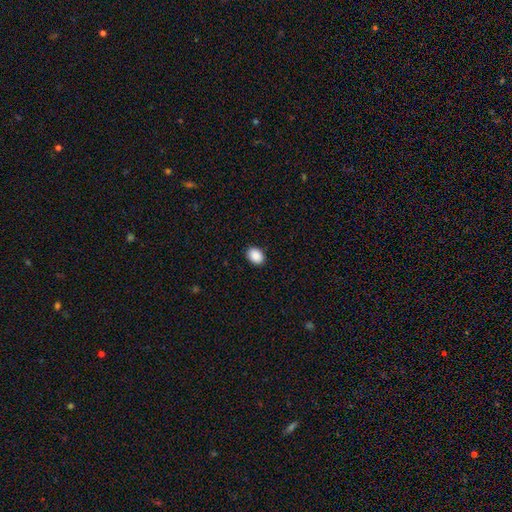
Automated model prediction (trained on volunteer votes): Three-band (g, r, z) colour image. It shows a smooth galaxy with no disk features (90%) that is in between round and cigar-shaped (73%). Merging: none (90%).